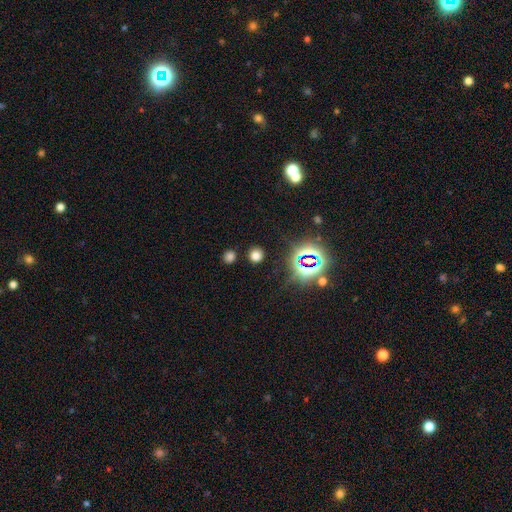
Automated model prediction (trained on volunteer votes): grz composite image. It shows a smooth galaxy with no disk features (68%) that is round (87%). Merging: none (87%).